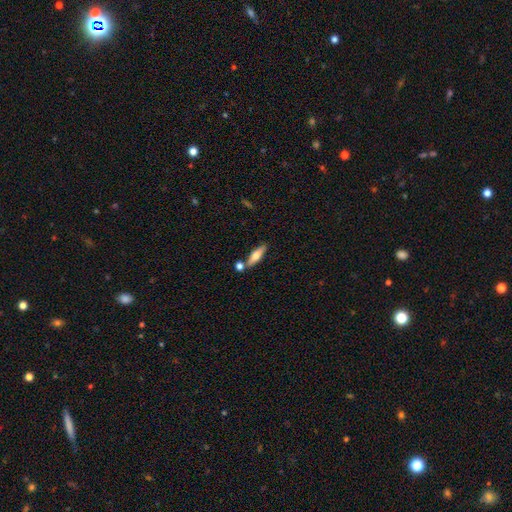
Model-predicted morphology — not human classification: smooth-or-featured: smooth: 61% | featured or disk: 33% | star or artifact: 6%
  how-rounded: cigar-shaped: 57% | in between: 40% | round: 3%
  merging: none: 72% | merger: 15% | minor disturbance: 10% | major disturbance: 3%